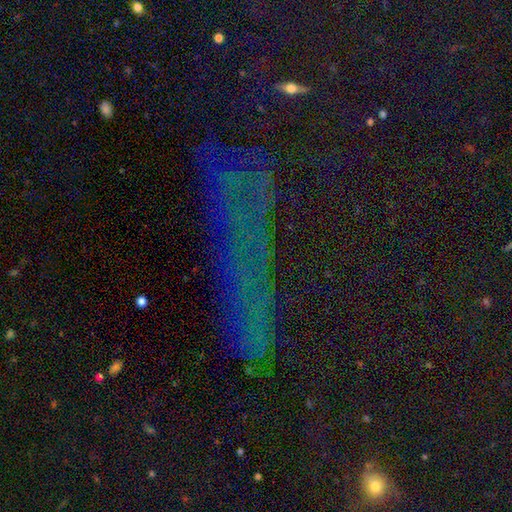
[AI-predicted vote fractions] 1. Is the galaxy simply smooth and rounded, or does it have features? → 68% star or artifact, 18% smooth, 14% featured or disk.